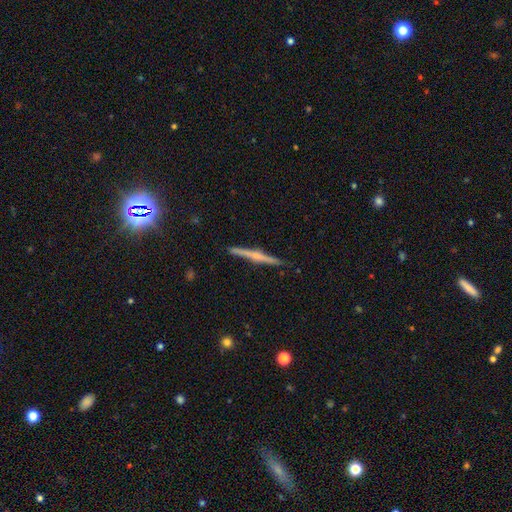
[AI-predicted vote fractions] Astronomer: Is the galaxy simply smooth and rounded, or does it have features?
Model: featured or disk — 73%.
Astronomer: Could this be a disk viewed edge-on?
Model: yes — 98%.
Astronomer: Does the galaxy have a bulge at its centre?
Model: rounded — 76%.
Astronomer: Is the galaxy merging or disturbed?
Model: none — 89%.